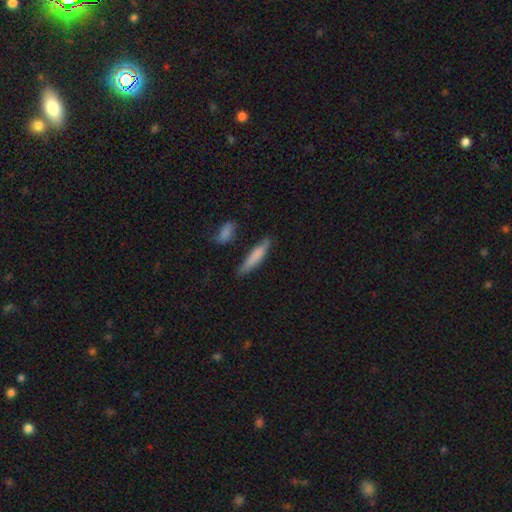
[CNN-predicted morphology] This is likely a smooth galaxy (74%). How rounded: clearly cigar-shaped (85%). Merging: likely none (75%).